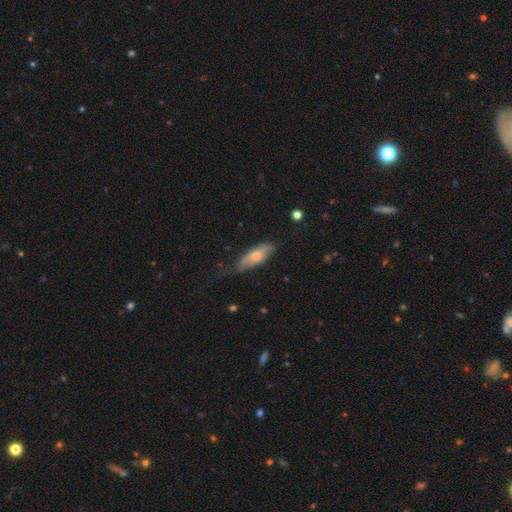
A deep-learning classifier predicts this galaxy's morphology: This is possibly a smooth galaxy (53%). How rounded: possibly in between (60%). Merging: possibly none (50%).